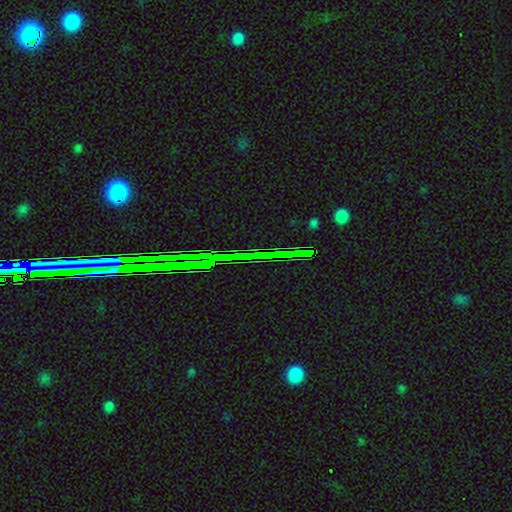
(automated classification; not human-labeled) smooth_or_featured: star or artifact (p=0.73) [alt: featured or disk p=0.16]